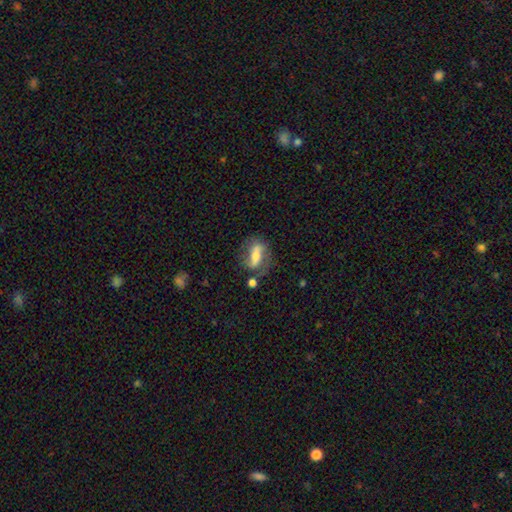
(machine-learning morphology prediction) A featured or disk galaxy (56%).

Vote fractions:
- Smooth or featured? featured or disk: 56% / smooth: 36% / star or artifact: 8%
- Edge-on disk? no: 85% / yes: 15%
- Merging? none: 61% / minor disturbance: 20% / major disturbance: 12% / merger: 7%